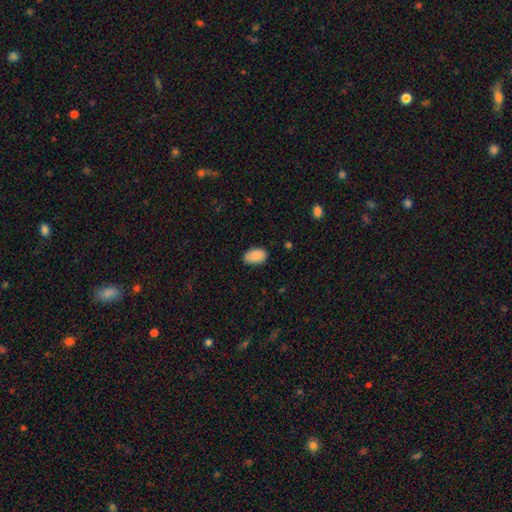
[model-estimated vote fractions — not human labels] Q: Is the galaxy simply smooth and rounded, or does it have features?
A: smooth — 89%.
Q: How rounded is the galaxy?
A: in between — 92%.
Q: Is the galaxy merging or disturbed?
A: none — 83%.